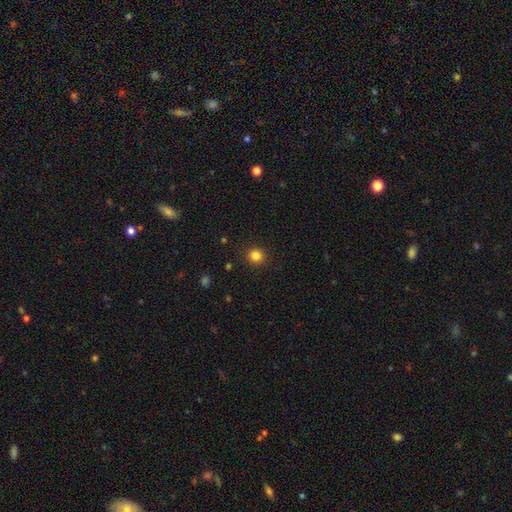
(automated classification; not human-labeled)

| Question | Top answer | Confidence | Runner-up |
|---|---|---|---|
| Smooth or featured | smooth | 84% | star or artifact (12%) |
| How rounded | round | 93% | in between (6%) |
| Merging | none | 92% | minor disturbance (5%) |